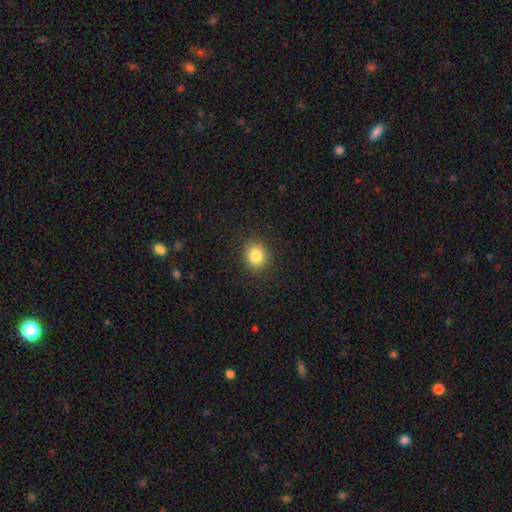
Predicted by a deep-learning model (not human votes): The model was most divided on "how rounded": round: 75%, in between: 24%, cigar-shaped: 1%. More confident: merging — none (88%); smooth or featured — smooth (84%).